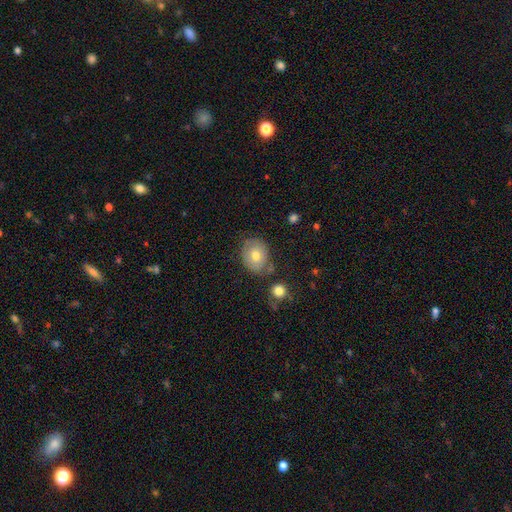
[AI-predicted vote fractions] Smooth or featured? smooth (67%)
How rounded? round (52%)
Merging? none (70%)